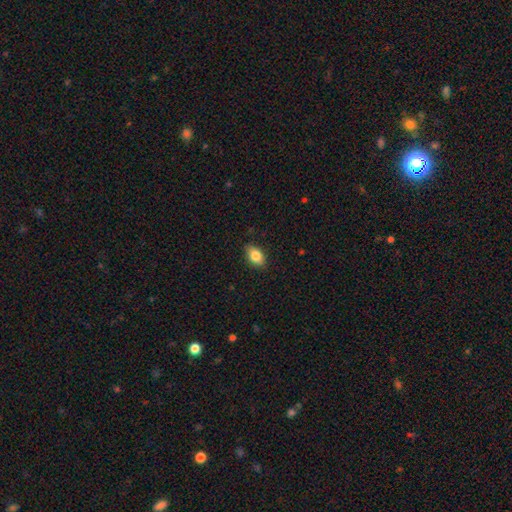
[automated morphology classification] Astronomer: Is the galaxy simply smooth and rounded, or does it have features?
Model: smooth — 83%.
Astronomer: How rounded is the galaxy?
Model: in between — 87%.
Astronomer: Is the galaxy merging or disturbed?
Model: none — 85%.